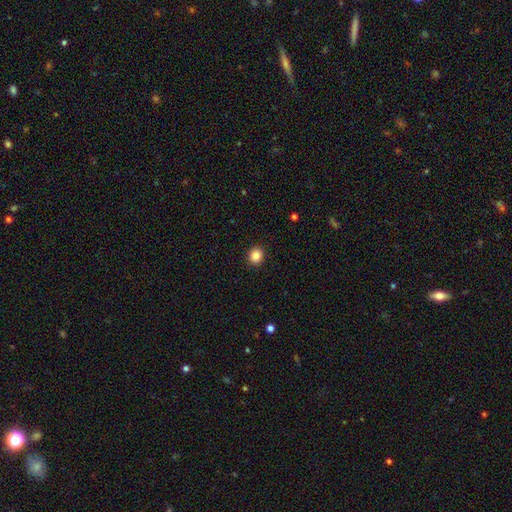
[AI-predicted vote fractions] Morphology: type=smooth (87%); roundness=round (72%); merging=none (92%).